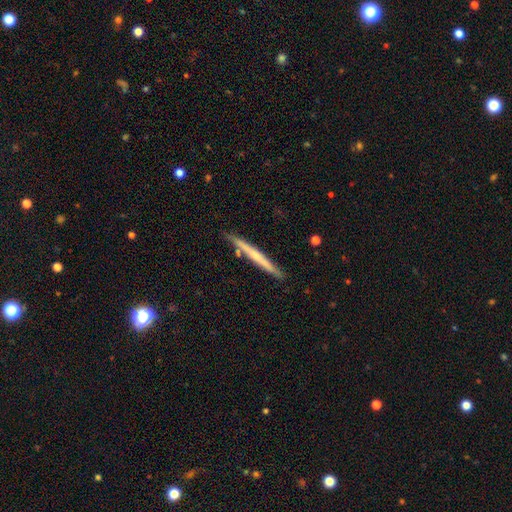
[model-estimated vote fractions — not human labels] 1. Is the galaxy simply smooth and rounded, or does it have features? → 56% featured or disk, 39% smooth, 6% star or artifact.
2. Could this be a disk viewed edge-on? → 96% yes, 4% no.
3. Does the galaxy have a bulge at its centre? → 59% none, 36% rounded, 5% boxy.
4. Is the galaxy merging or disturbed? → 86% none, 10% minor disturbance, 3% merger, 2% major disturbance.